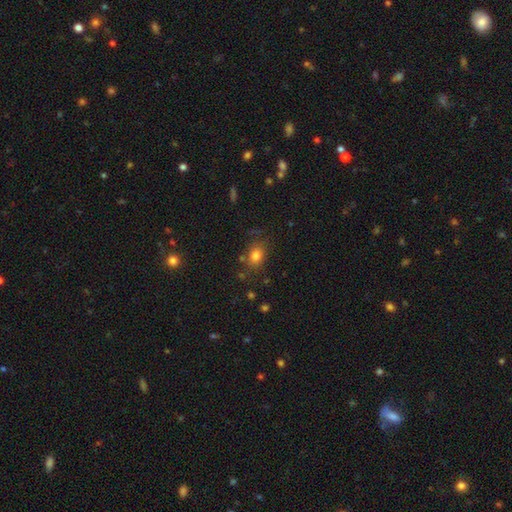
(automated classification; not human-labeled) Smooth or featured?
  - smooth: 80% *
  - star or artifact: 12%
  - featured or disk: 8%
How rounded?
  - in between: 57% *
  - round: 42%
  - cigar-shaped: 1%
Merging?
  - none: 73% *
  - minor disturbance: 16%
  - major disturbance: 6%
  - merger: 5%